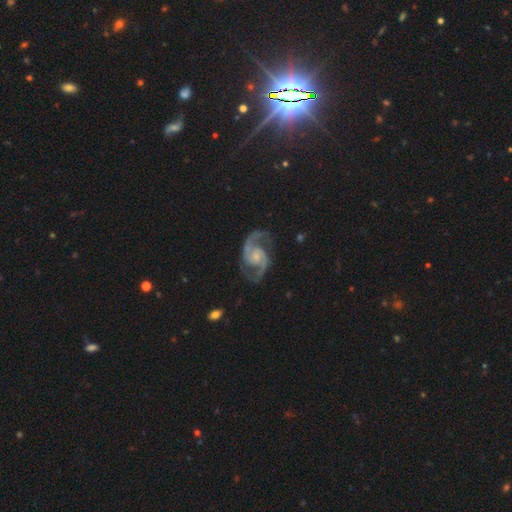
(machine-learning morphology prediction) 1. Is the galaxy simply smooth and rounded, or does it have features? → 93% featured or disk, 4% star or artifact, 3% smooth.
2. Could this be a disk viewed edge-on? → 98% no, 2% yes.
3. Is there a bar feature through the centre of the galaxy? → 57% no, 35% weak, 8% strong.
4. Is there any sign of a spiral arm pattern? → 98% yes, 2% no.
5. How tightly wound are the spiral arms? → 62% medium, 23% loose, 15% tight.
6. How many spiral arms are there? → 94% 2, 2% can't tell, 1% 3, 1% 1, 1% 4, 1% more than 4.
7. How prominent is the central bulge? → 44% small, 33% moderate, 15% none, 6% large, 1% dominant.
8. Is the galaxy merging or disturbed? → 78% none, 14% minor disturbance, 7% major disturbance, 2% merger.